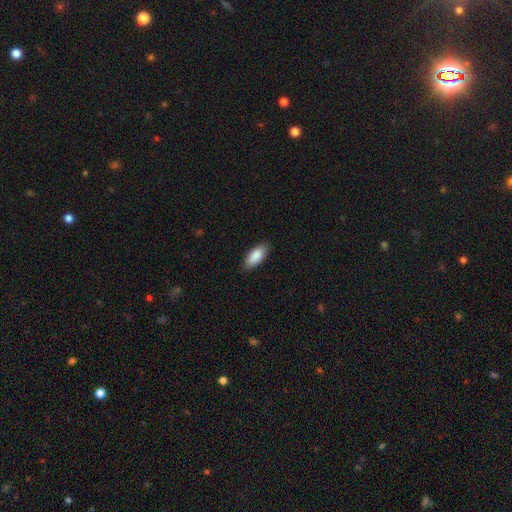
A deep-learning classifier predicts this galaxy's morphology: Smooth or featured? Predicted: smooth (p=0.89). How rounded? Predicted: in between (p=0.88). Merging? Predicted: none (p=0.86).